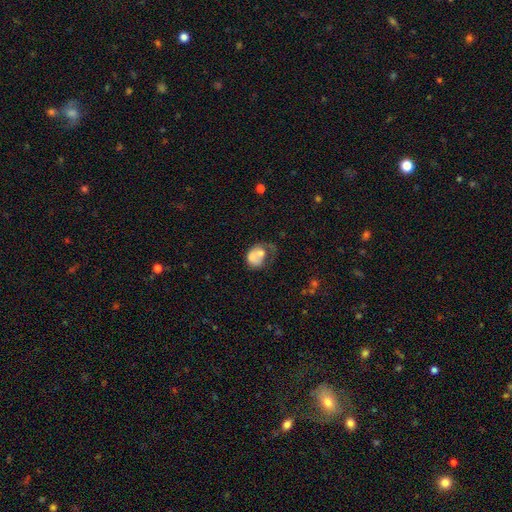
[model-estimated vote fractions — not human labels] A smooth galaxy with no disk features (58%) that is in between round and cigar-shaped (58%).

Vote fractions:
- Smooth or featured? smooth: 58% / featured or disk: 33% / star or artifact: 9%
- How rounded? in between: 58% / round: 41% / cigar-shaped: 1%
- Merging? major disturbance: 32% (tied) / merger: 32% (tied) / none: 21% / minor disturbance: 15%